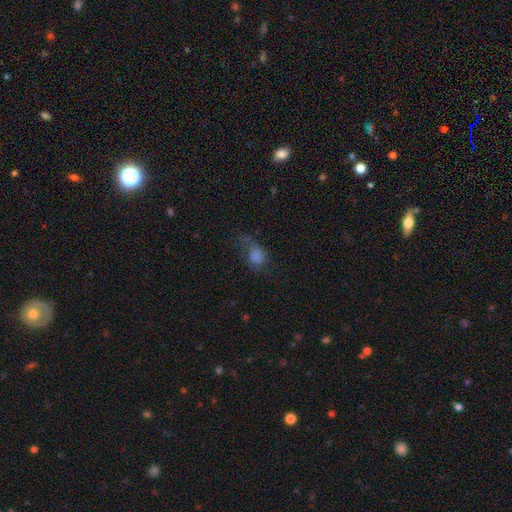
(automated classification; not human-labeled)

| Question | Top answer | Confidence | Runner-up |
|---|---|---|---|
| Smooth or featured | smooth | 62% | featured or disk (19%) |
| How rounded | in between | 49% | round (47%) |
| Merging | none | 40% | major disturbance (31%) |